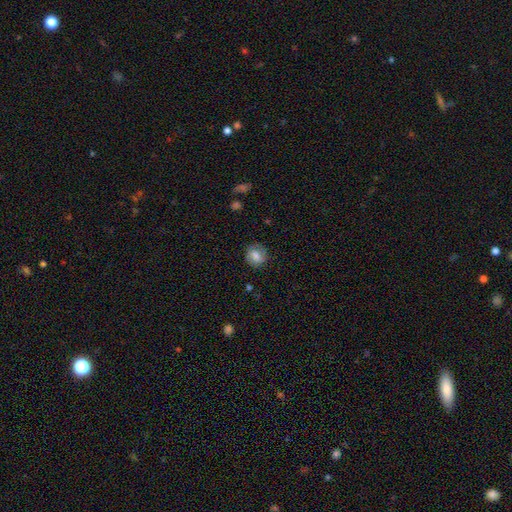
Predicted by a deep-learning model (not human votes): smooth 74%, featured or disk 18%, star or artifact 9%. Down the decision tree: how rounded — round (78%); merging — none (80%).